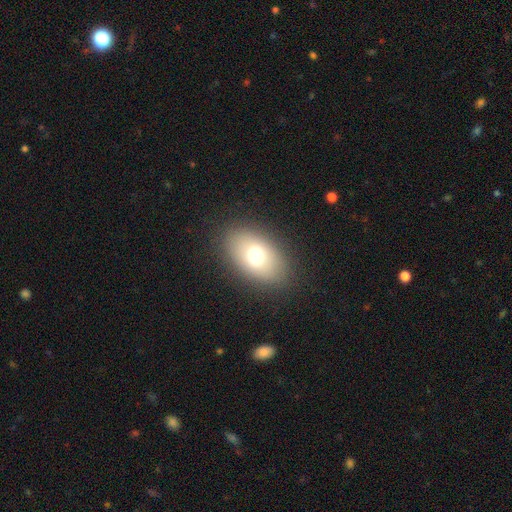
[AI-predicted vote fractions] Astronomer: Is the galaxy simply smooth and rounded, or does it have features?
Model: smooth — 71%.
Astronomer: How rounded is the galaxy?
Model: in between — 86%.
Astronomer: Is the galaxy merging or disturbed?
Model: none — 86%.